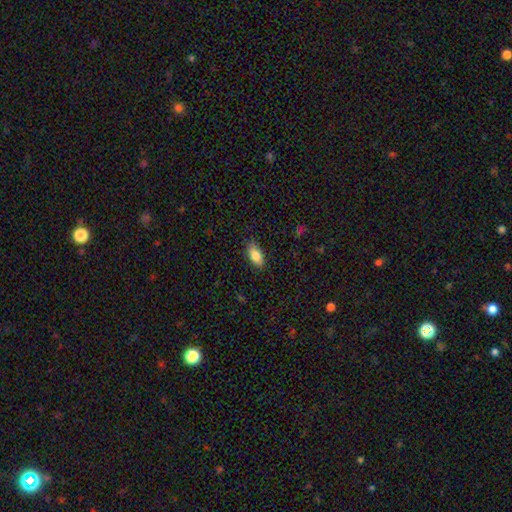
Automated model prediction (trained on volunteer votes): Smooth or featured? Predicted: smooth (p=0.84). How rounded? Predicted: in between (p=0.90). Merging? Predicted: none (p=0.84).